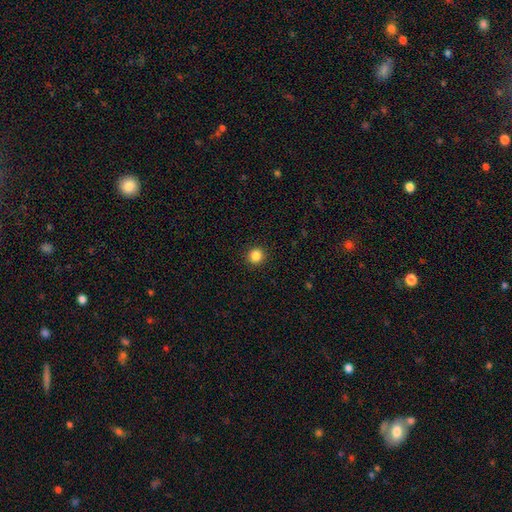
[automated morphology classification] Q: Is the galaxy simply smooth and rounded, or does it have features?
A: smooth — 85%.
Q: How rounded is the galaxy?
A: round — 91%.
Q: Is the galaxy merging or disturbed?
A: none — 92%.